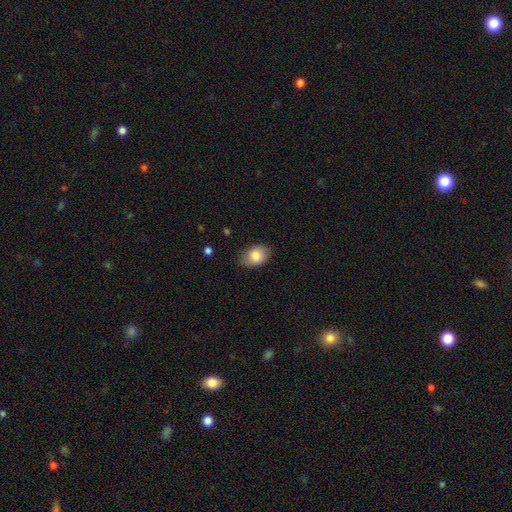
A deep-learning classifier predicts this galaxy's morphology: smooth 84%, featured or disk 9%, star or artifact 7%. Down the decision tree: how rounded — in between (78%); merging — none (80%).